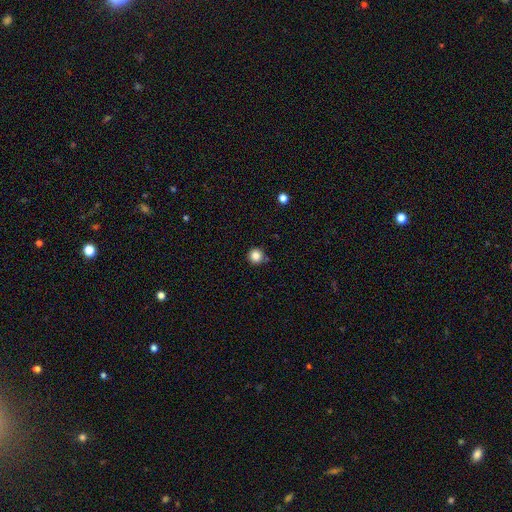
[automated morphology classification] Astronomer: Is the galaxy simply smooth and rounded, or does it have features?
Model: smooth — 85%.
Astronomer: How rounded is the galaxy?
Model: round — 96%.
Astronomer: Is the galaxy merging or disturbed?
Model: none — 86%.